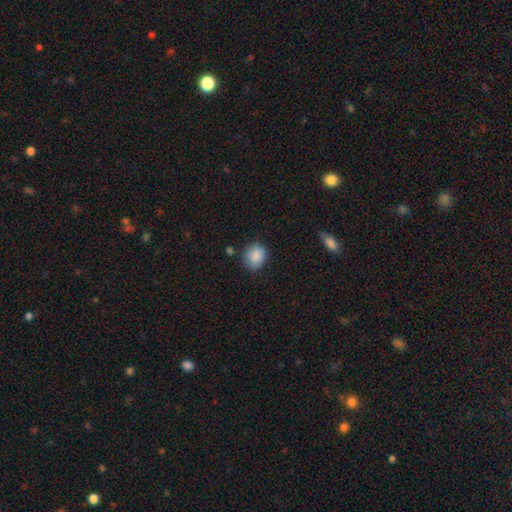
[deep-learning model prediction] Morphology: type=smooth (87%); roundness=round (64%); merging=none (79%).